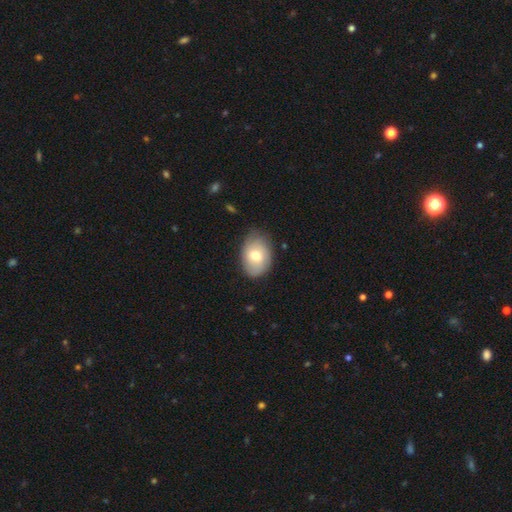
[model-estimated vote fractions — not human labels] smooth-or-featured: smooth: 72% | featured or disk: 21% | star or artifact: 7%
  how-rounded: in between: 80% | round: 19% | cigar-shaped: 1%
  merging: none: 75% | minor disturbance: 20% | major disturbance: 4% | merger: 1%